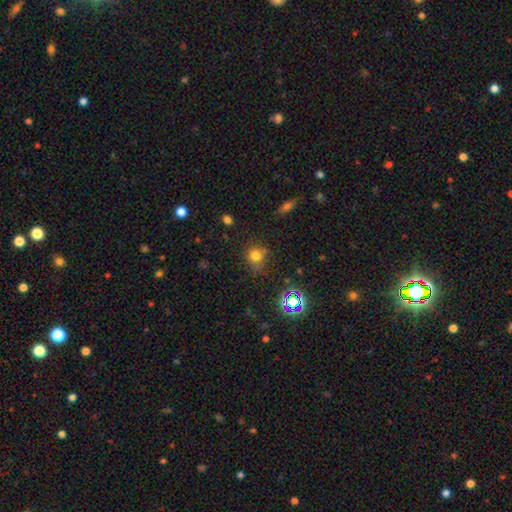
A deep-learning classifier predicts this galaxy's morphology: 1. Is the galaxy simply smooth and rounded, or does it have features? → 72% smooth, 20% star or artifact, 8% featured or disk.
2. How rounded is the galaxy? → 85% round, 14% in between, 1% cigar-shaped.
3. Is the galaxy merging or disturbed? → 72% none, 17% minor disturbance, 6% major disturbance, 4% merger.